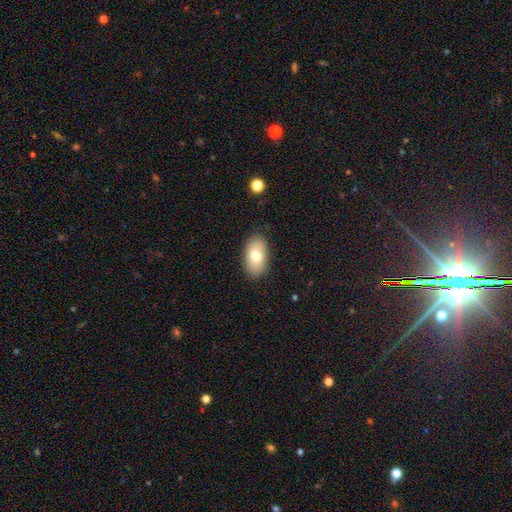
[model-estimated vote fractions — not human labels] The model was most divided on "smooth or featured": smooth: 76%, featured or disk: 16%, star or artifact: 7%. More confident: how rounded — in between (93%); merging — none (86%).